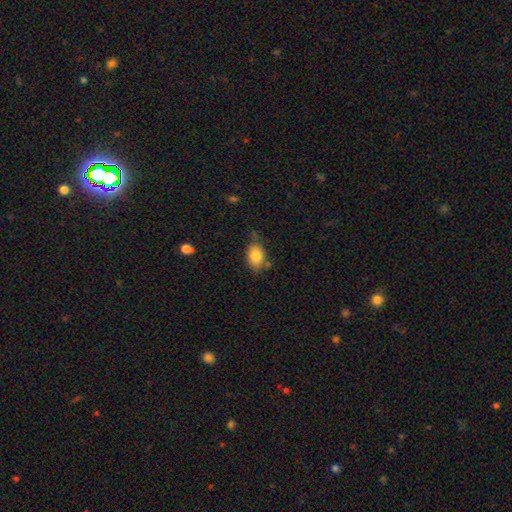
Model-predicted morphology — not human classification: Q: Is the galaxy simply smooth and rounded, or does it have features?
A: smooth — 83%.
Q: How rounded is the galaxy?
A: in between — 78%.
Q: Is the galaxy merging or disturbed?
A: none — 65%.